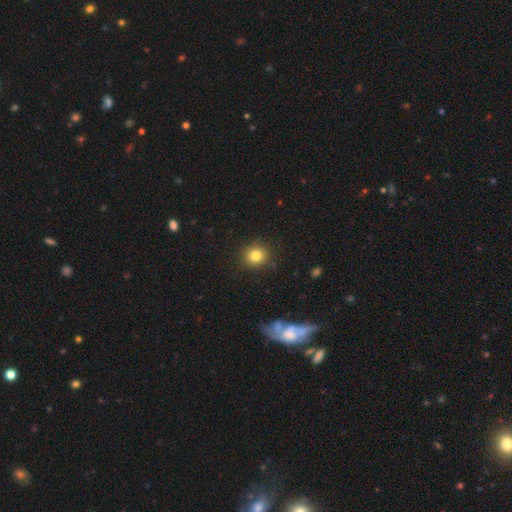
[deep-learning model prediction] Smooth or featured?
  - smooth: 82% *
  - star or artifact: 12%
  - featured or disk: 7%
How rounded?
  - round: 89% *
  - in between: 10%
  - cigar-shaped: 1%
Merging?
  - none: 89% *
  - minor disturbance: 8%
  - major disturbance: 2%
  - merger: 1%